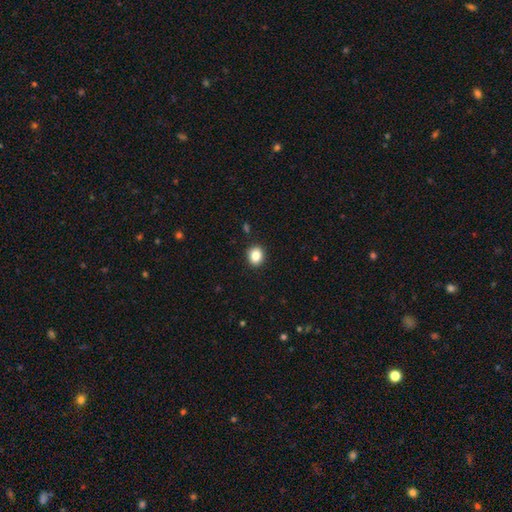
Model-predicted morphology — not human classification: smooth-or-featured: smooth: 85% | star or artifact: 10% | featured or disk: 5%
  how-rounded: round: 70% | in between: 29% | cigar-shaped: 1%
  merging: none: 91% | minor disturbance: 6% | major disturbance: 2% | merger: 1%